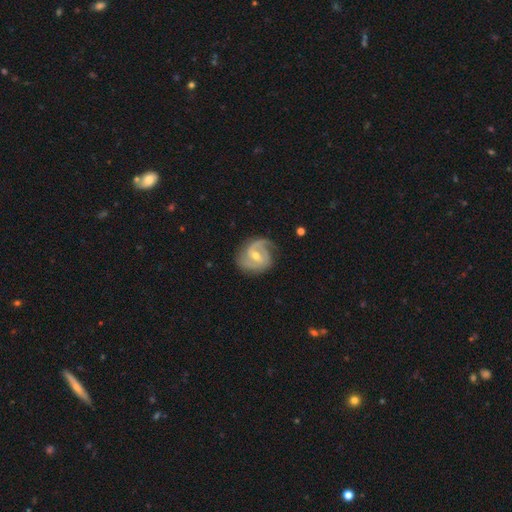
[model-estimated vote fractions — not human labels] Morphology: type=featured or disk (87%); edge-on=no (98%); bar=weak (53%); spiral arms=yes (96%); winding=medium (45%); arm count=2 (63%); bulge=moderate (59%); merging=none (73%).